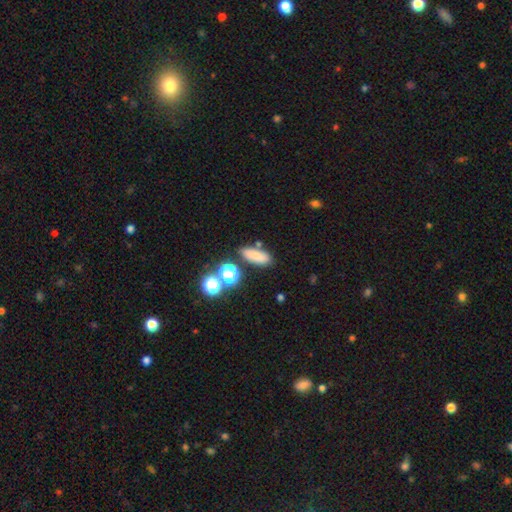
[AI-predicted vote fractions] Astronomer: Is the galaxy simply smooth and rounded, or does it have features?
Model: smooth — 76%.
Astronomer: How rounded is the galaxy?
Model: in between — 62%.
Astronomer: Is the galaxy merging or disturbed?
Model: none — 74%.